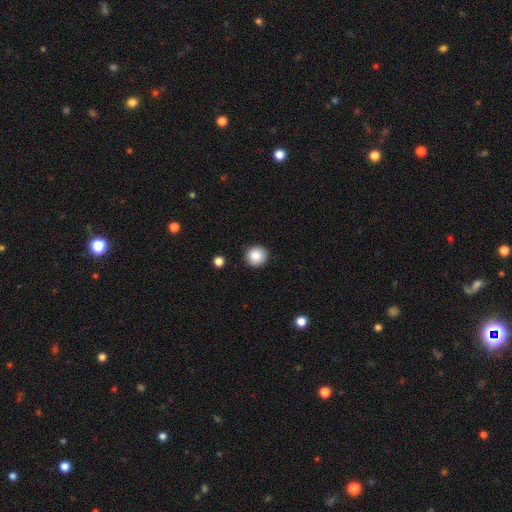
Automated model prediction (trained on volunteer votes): A smooth galaxy with no disk features (87%) that is round (91%). Merging: none (90%).